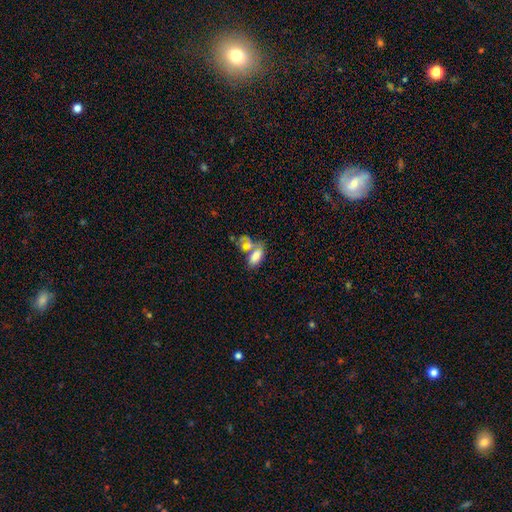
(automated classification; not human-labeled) Q: Smooth or featured?
A: smooth (74%); runner-up: featured or disk (14%)
Q: How rounded?
A: in between (87%); runner-up: cigar-shaped (8%)
Q: Merging?
A: merger (40%); runner-up: none (38%)